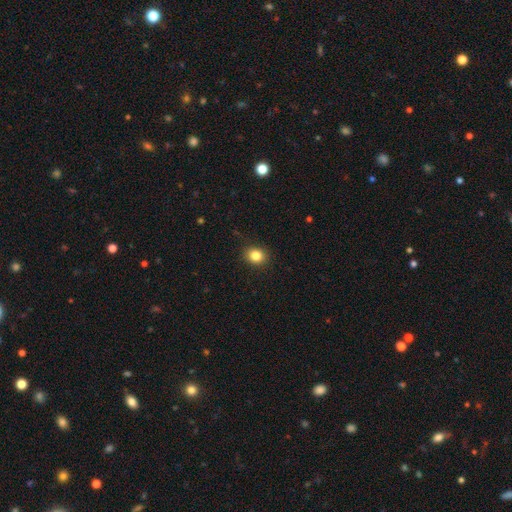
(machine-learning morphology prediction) The model was most divided on "how rounded": round: 66%, in between: 33%, cigar-shaped: 1%. More confident: merging — none (89%); smooth or featured — smooth (84%).